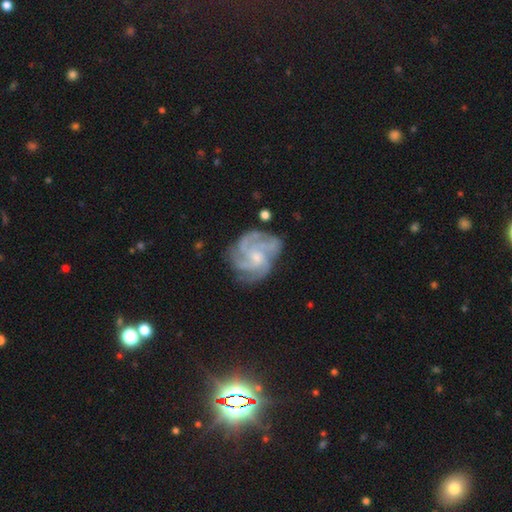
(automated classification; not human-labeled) A featured or disk galaxy (85%) with no bar (67%), 4 (42%) tight (47%) spiral arms (97%) and a small central bulge (52%).

Vote fractions:
- Smooth or featured? featured or disk: 85% / smooth: 8% / star or artifact: 7%
- Edge-on disk? no: 98% / yes: 2%
- Bar? no: 67% / weak: 29% / strong: 4%
- Spiral arms? yes: 97% / no: 3%
- Spiral winding? tight: 47% / medium: 43% / loose: 10%
- Spiral arm count? 4: 42% / 3: 21% / can't tell: 15% / more than 4: 11% / 2: 6% / 1: 6%
- Bulge size? small: 52% / moderate: 36% / none: 9% / large: 2% / dominant: 1%
- Merging? none: 74% / minor disturbance: 17% / major disturbance: 8% / merger: 2%